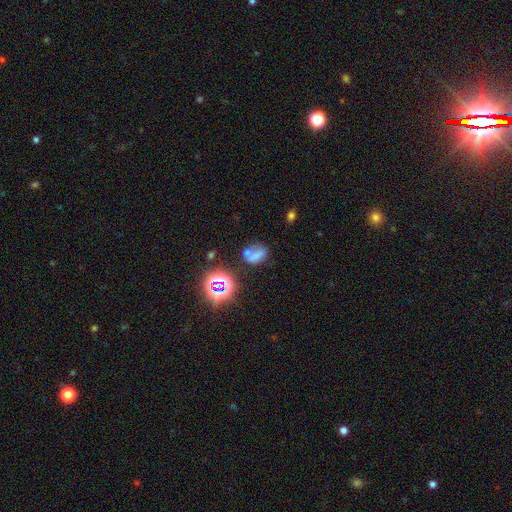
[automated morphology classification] This appears to be a smooth galaxy with no disk features (54%) that is in between round and cigar-shaped (68%). Merging: none (45%).